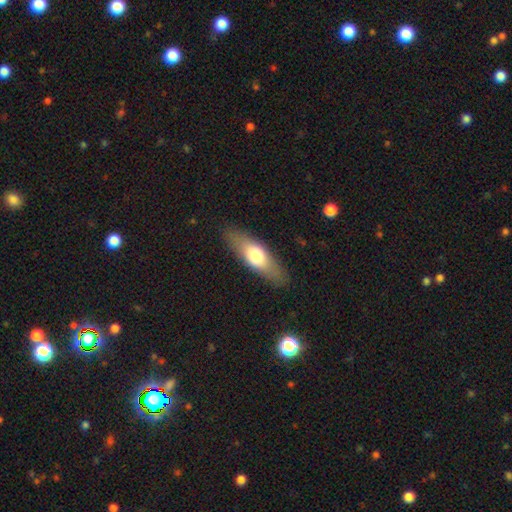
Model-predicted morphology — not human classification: Overall: smooth (64%; featured or disk 30%). How rounded: in between (55%; cigar-shaped 42%). Merging: none (85%).